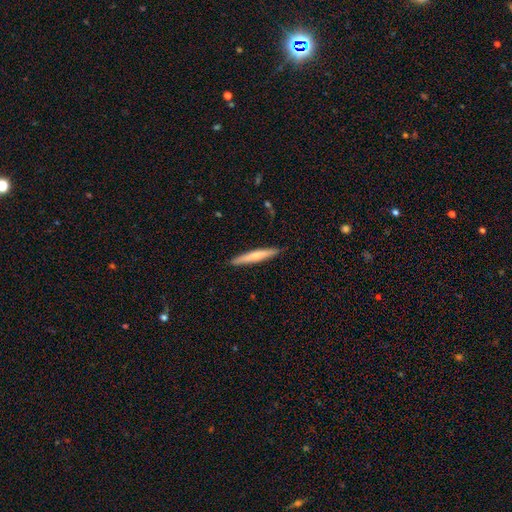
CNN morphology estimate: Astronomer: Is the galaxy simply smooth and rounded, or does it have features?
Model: smooth — 61%.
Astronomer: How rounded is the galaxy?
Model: cigar-shaped — 95%.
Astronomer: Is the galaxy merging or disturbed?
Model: none — 90%.